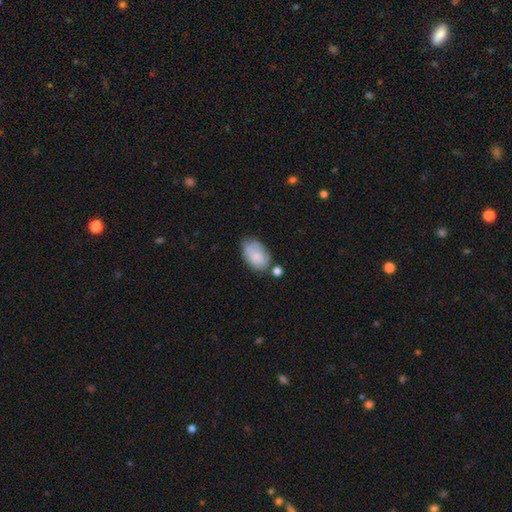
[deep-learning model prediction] The model was most divided on "merging": none: 57%, minor disturbance: 25%, merger: 10%, major disturbance: 7%. More confident: how rounded — in between (91%); smooth or featured — smooth (80%).